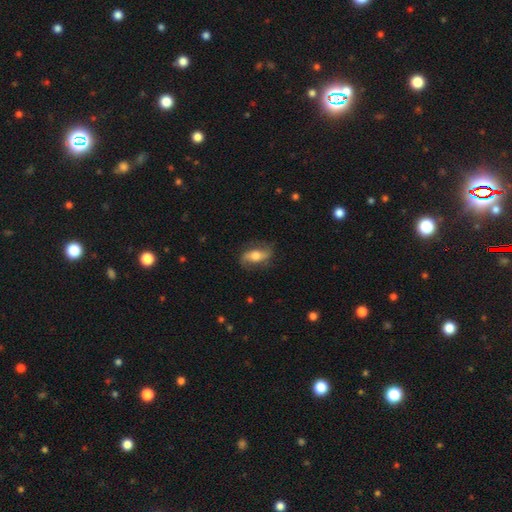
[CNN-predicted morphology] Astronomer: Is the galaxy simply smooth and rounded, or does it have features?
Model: featured or disk — 61%.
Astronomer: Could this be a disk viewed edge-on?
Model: no — 84%.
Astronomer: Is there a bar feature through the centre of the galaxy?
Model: strong — 35%, tied with no at 35%.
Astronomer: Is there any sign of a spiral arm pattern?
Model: yes — 82%.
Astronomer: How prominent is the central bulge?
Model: moderate — 59%.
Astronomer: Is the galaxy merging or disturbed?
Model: none — 75%.